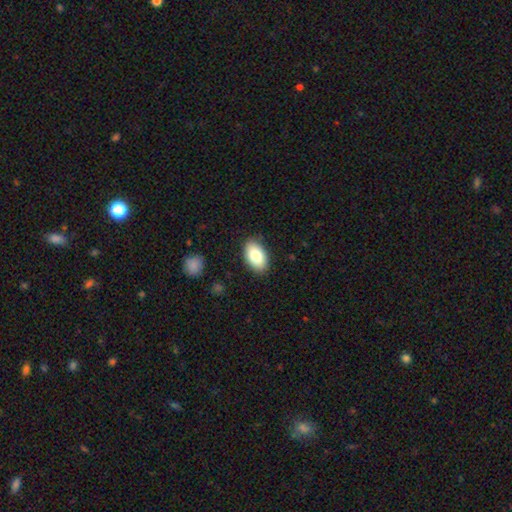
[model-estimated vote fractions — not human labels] Smooth or featured? smooth (80%)
How rounded? in between (93%)
Merging? none (87%)